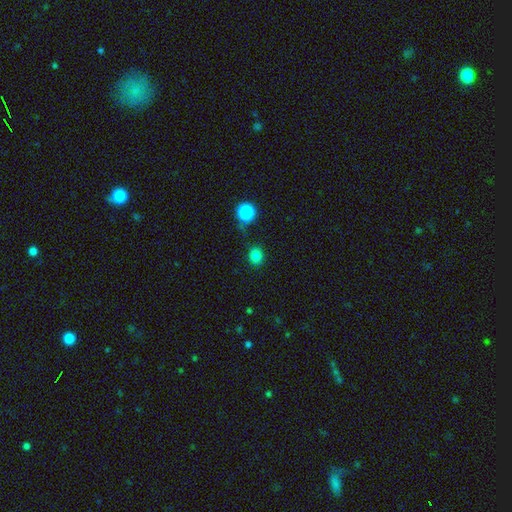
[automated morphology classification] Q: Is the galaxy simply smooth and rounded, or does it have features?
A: smooth — 82%.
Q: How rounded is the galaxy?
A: round — 79%.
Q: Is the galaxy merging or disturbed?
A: none — 82%.